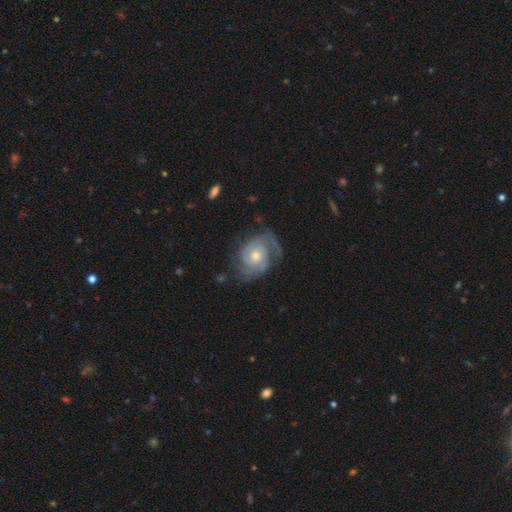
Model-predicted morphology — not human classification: Smooth or featured: featured or disk — 88% (smooth — 8%)
Edge-on disk: no — 98% (yes — 2%)
Bar: no — 74% (weak — 22%)
Spiral arms: yes — 97% (no — 3%)
Spiral winding: tight — 59% (medium — 32%)
Spiral arm count: 2 — 50% (3 — 21%)
Bulge size: moderate — 64% (small — 30%)
Merging: none — 70% (minor disturbance — 20%)